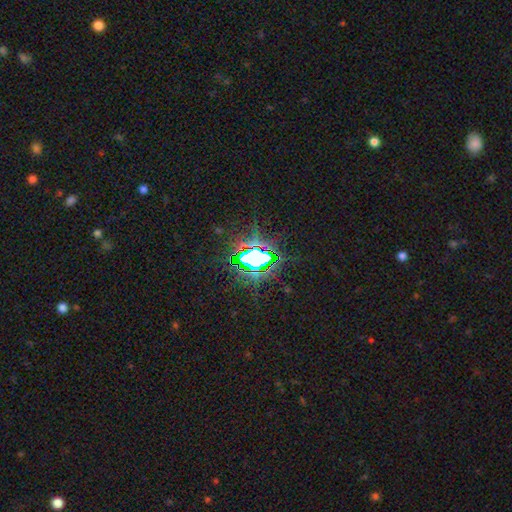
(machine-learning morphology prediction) Q: Smooth or featured?
A: star or artifact (75%); runner-up: smooth (15%)